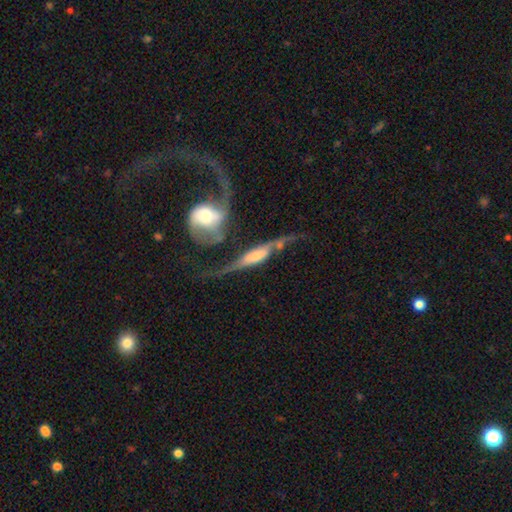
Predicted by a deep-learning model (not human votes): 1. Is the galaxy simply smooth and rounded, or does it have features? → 73% featured or disk, 21% smooth, 6% star or artifact.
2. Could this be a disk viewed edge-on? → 61% yes, 39% no.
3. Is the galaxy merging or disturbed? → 33% none, 28% merger, 21% major disturbance, 18% minor disturbance.